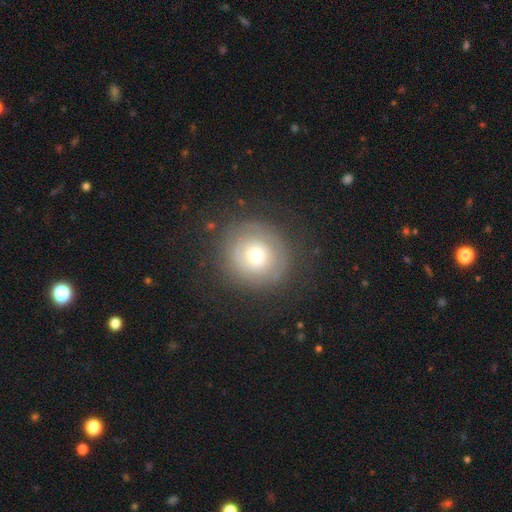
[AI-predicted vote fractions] Q: Smooth or featured?
A: featured or disk (52%); runner-up: smooth (39%)
Q: Edge-on disk?
A: no (97%); runner-up: yes (3%)
Q: Merging?
A: none (82%); runner-up: minor disturbance (11%)